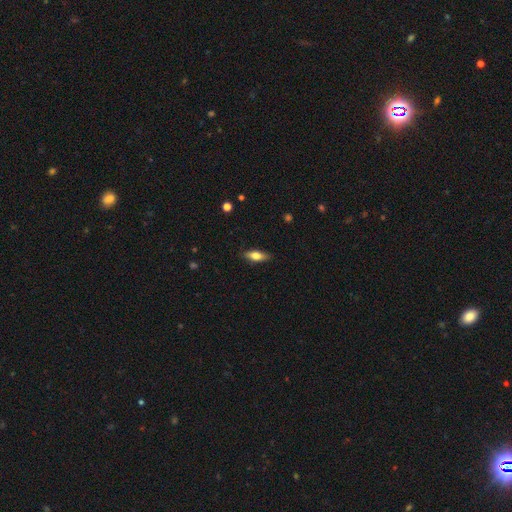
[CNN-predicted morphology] Q: Smooth or featured?
A: smooth (73%); runner-up: featured or disk (20%)
Q: How rounded?
A: in between (72%); runner-up: cigar-shaped (25%)
Q: Merging?
A: none (85%); runner-up: minor disturbance (11%)